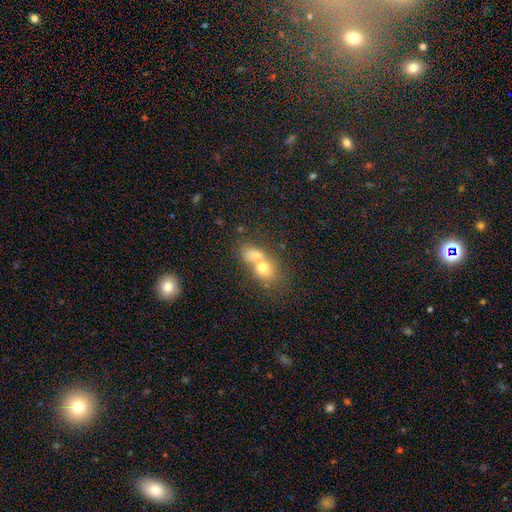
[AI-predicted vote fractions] Smooth or featured?
  - smooth: 66% *
  - featured or disk: 23%
  - star or artifact: 11%
How rounded?
  - in between: 53% *
  - round: 44%
  - cigar-shaped: 3%
Merging?
  - merger: 73% *
  - none: 17%
  - minor disturbance: 6%
  - major disturbance: 4%